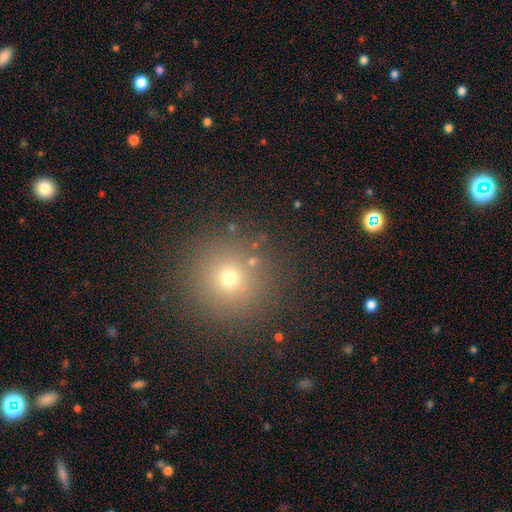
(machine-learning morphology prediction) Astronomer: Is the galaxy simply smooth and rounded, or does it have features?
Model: smooth — 59%.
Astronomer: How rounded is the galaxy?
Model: round — 95%.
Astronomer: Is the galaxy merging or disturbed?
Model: none — 90%.